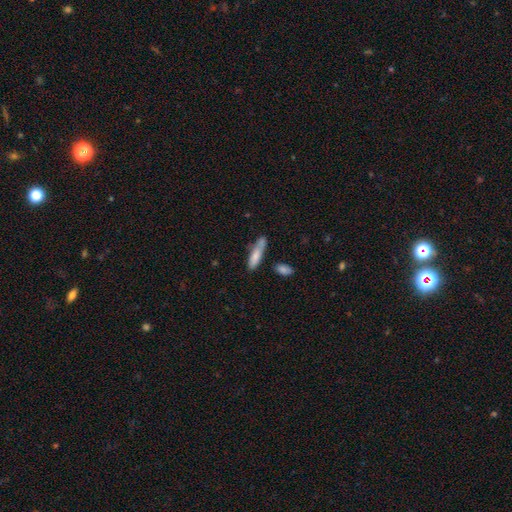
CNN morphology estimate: Smooth or featured? smooth (76%)
How rounded? cigar-shaped (68%)
Merging? none (56%)